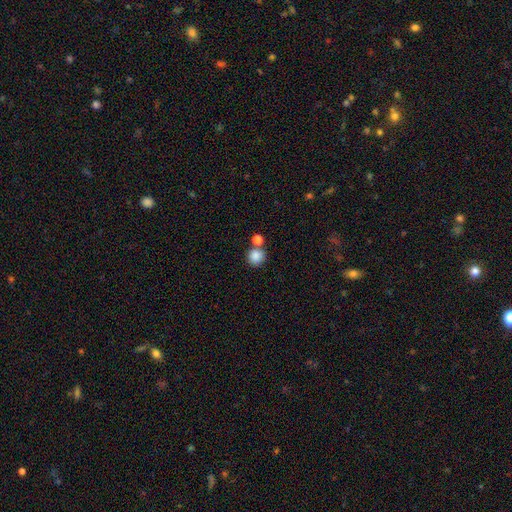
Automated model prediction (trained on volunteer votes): This appears to be a smooth galaxy with no disk features (86%) that is round (92%). Merging: none (67%).